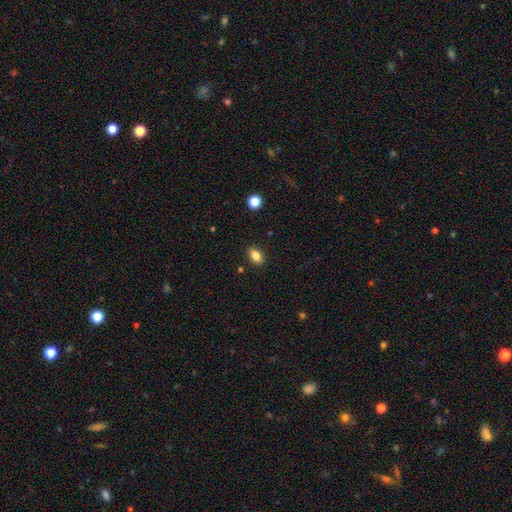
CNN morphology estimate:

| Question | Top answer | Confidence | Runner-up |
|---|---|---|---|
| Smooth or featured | smooth | 84% | star or artifact (10%) |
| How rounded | in between | 83% | round (15%) |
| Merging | none | 88% | minor disturbance (9%) |